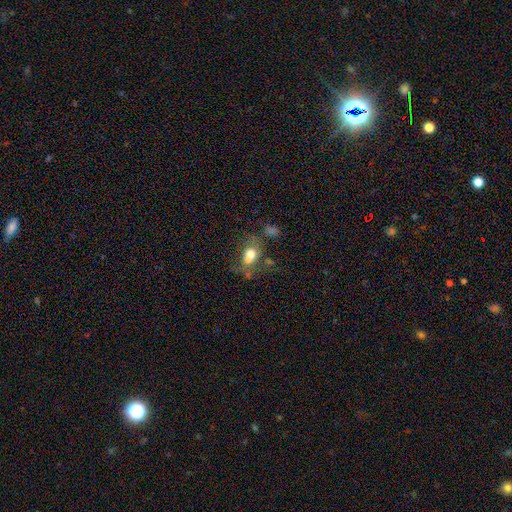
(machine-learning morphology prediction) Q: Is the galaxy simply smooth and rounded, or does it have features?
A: smooth — 61%.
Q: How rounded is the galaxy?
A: in between — 70%.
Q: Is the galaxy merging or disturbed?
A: none — 44%.